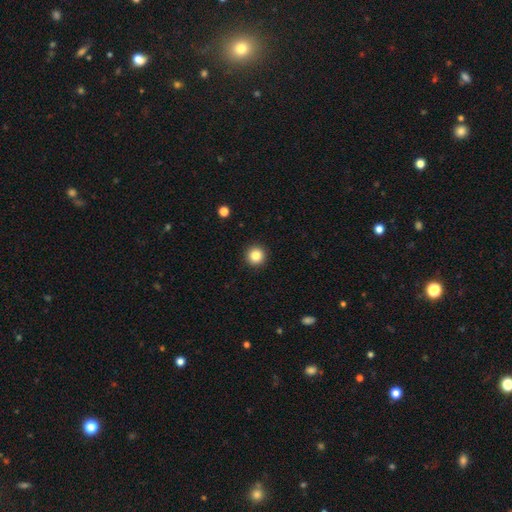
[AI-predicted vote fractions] Overall: smooth (85%). How rounded: round (96%). Merging: none (93%).